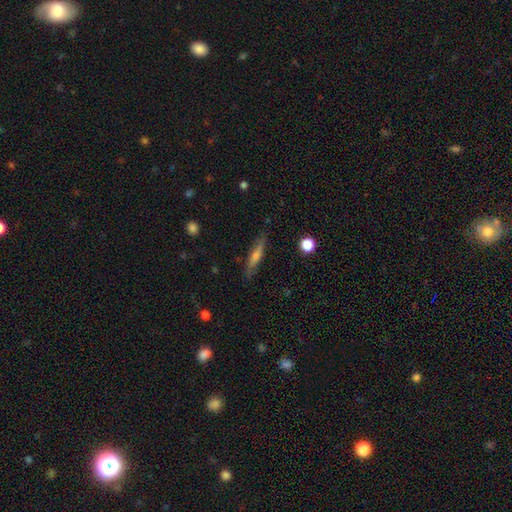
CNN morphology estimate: A featured or disk galaxy (52%) viewed edge-on (89%).

Vote fractions:
- Smooth or featured? featured or disk: 52% / smooth: 37% / star or artifact: 11%
- Edge-on disk? yes: 89% / no: 11%
- Merging? none: 86% / minor disturbance: 10% / major disturbance: 2% / merger: 1%